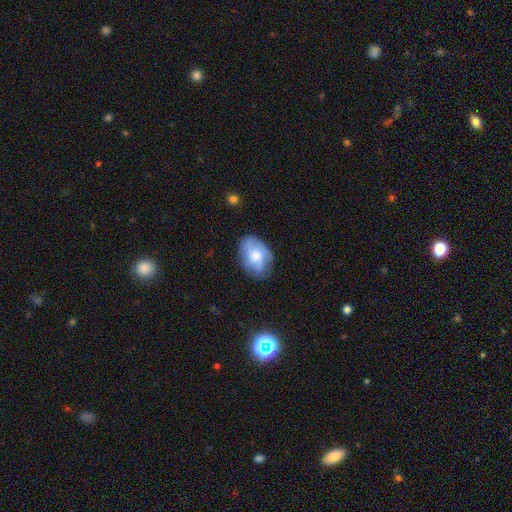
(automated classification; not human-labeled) This appears to be a featured or disk galaxy (49%). Merging: none (69%).